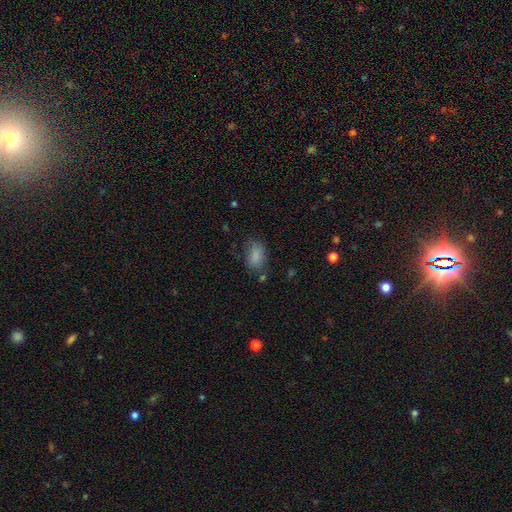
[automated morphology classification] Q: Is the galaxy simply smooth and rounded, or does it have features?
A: smooth — 83%.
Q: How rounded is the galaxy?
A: in between — 87%.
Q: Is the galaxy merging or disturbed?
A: none — 60%.